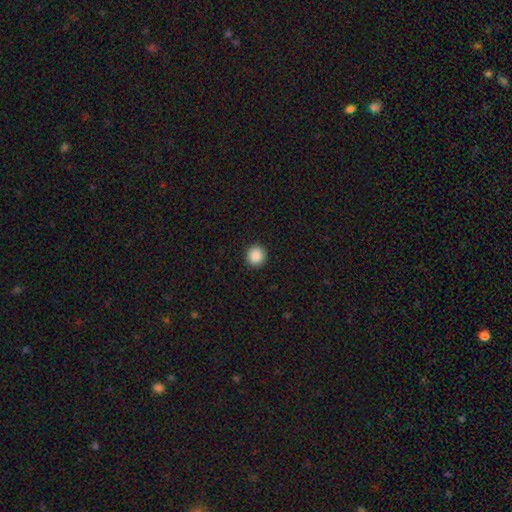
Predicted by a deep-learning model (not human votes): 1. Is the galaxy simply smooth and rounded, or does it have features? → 89% smooth, 9% star or artifact, 2% featured or disk.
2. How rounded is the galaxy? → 88% round, 11% in between, 1% cigar-shaped.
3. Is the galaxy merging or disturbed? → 92% none, 5% minor disturbance, 2% major disturbance, 1% merger.